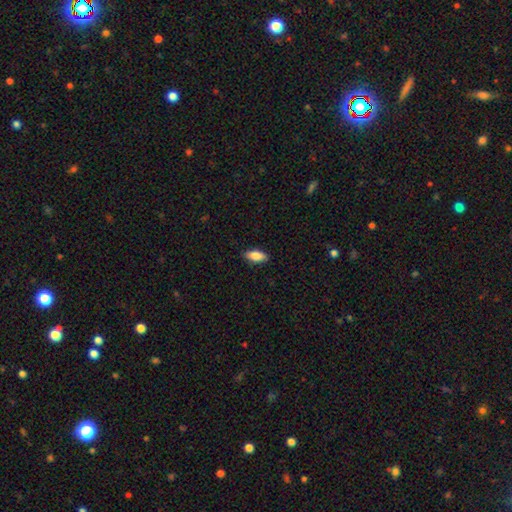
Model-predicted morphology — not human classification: This is clearly a smooth galaxy (85%). How rounded: clearly in between (86%). Merging: clearly none (87%).